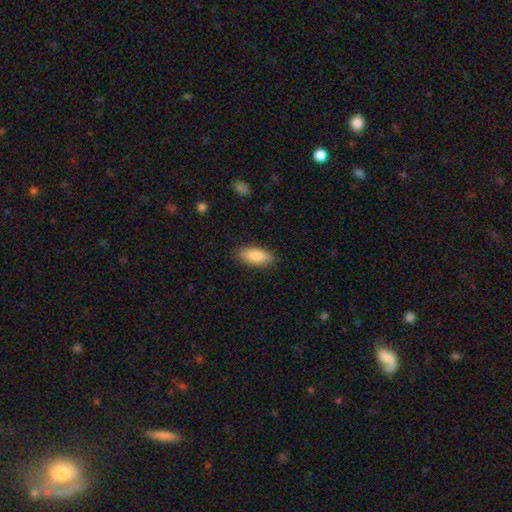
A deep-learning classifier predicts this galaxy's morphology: A smooth galaxy with no disk features (86%) that is in between round and cigar-shaped (77%).

Vote fractions:
- Smooth or featured? smooth: 86% / featured or disk: 8% / star or artifact: 6%
- How rounded? in between: 77% / cigar-shaped: 21% / round: 2%
- Merging? none: 87% / minor disturbance: 10% / major disturbance: 2% / merger: 1%